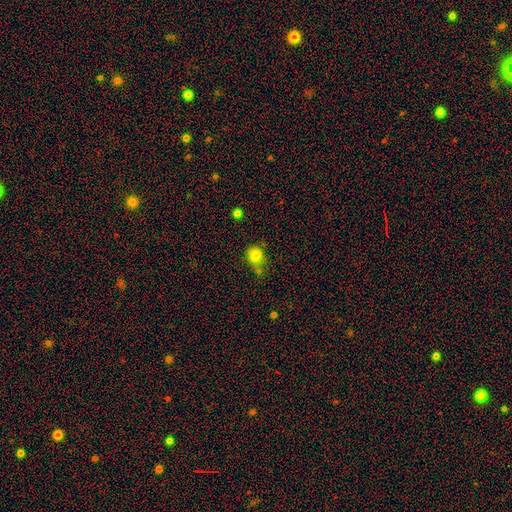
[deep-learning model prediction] A smooth galaxy with no disk features (81%) that is round (70%).

Vote fractions:
- Smooth or featured? smooth: 81% / star or artifact: 12% / featured or disk: 7%
- How rounded? round: 70% / in between: 29% / cigar-shaped: 1%
- Merging? none: 52% / minor disturbance: 25% / merger: 15% / major disturbance: 8%